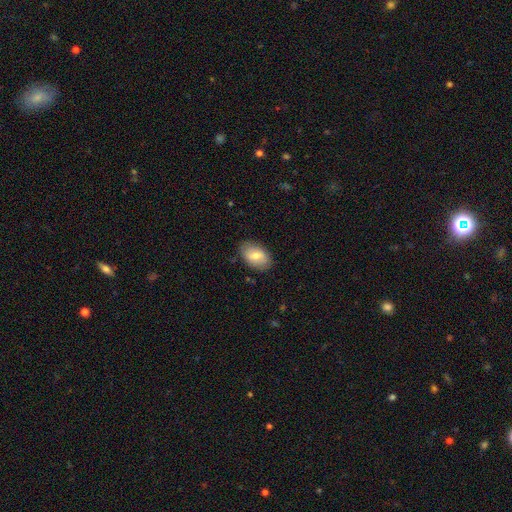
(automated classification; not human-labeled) Overall: smooth (70%). How rounded: in between (90%). Merging: none (83%).